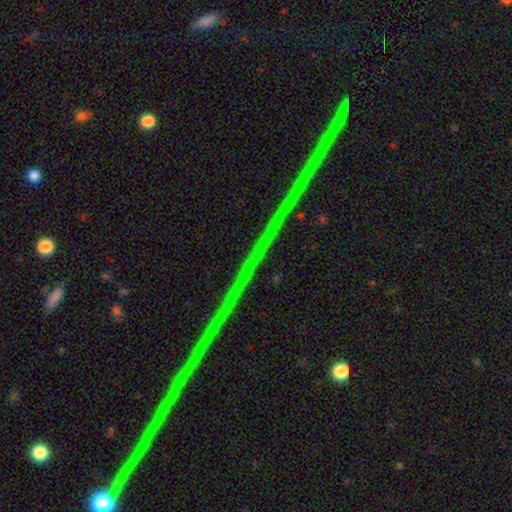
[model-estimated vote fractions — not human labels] Smooth or featured?
  - star or artifact: 75% *
  - featured or disk: 16%
  - smooth: 9%